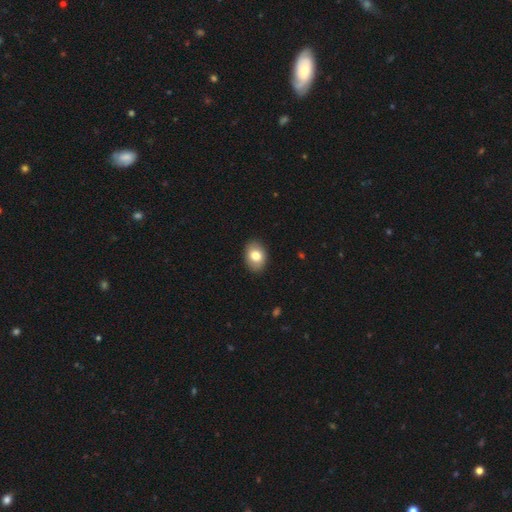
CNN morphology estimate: Overall: smooth (79%). How rounded: in between (75%). Merging: none (89%).